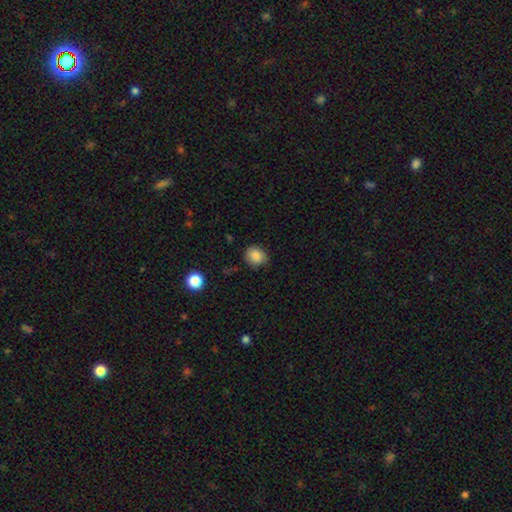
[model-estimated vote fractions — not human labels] Smooth or featured?
  - smooth: 86% *
  - star or artifact: 10%
  - featured or disk: 5%
How rounded?
  - round: 68% *
  - in between: 31%
  - cigar-shaped: 1%
Merging?
  - none: 79% *
  - minor disturbance: 17%
  - major disturbance: 3%
  - merger: 1%